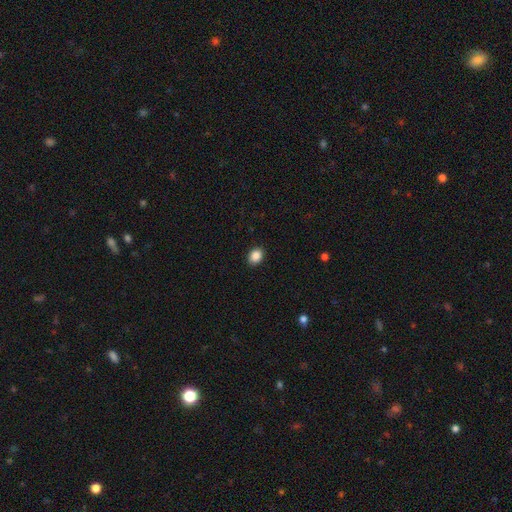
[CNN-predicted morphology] Smooth or featured: smooth — 88% (star or artifact — 9%)
How rounded: in between — 57% (round — 42%)
Merging: none — 91% (minor disturbance — 6%)